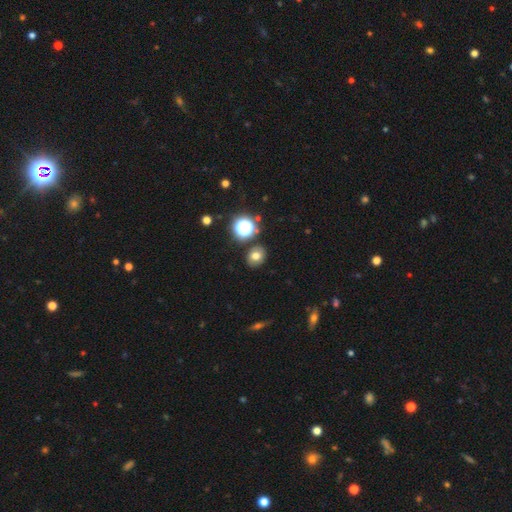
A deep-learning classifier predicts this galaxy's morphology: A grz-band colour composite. It shows a smooth galaxy with no disk features (69%) that is round (59%). Merging: none (84%).